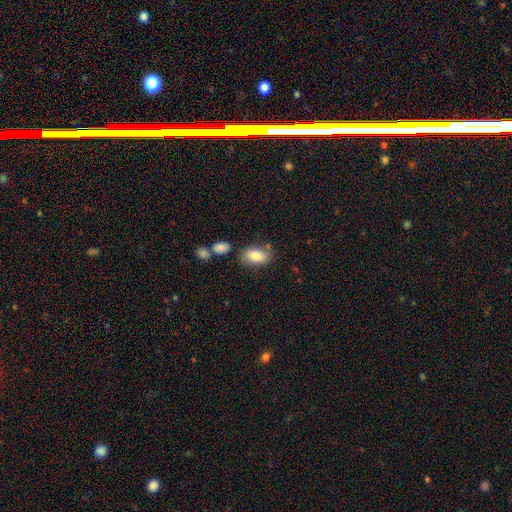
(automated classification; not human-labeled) This is clearly a smooth galaxy (81%). How rounded: clearly in between (91%). Merging: likely none (73%).